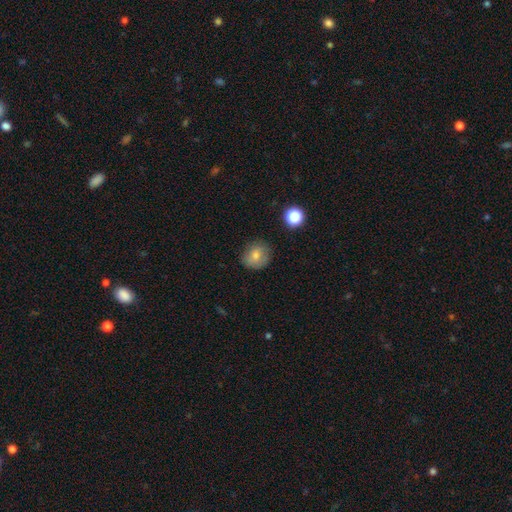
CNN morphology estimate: A smooth galaxy with no disk features (75%) that is round (76%). Merging: none (76%).